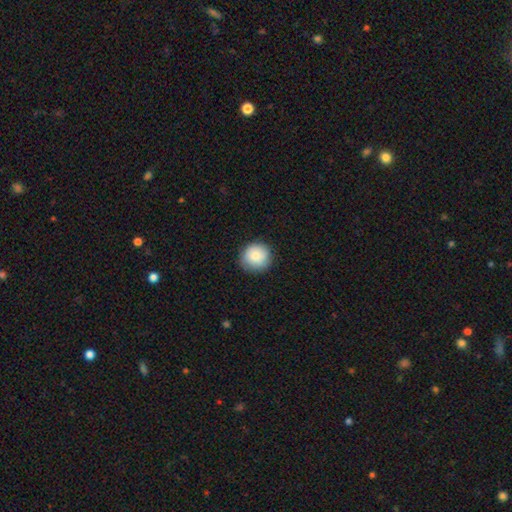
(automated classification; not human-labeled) This appears to be a smooth galaxy with no disk features (83%) that is round (92%). Merging: none (84%).